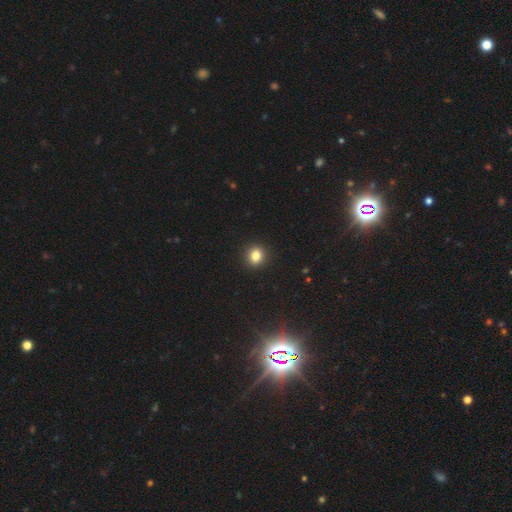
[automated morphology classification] type=smooth (84%); roundness=round (73%); merging=none (92%).